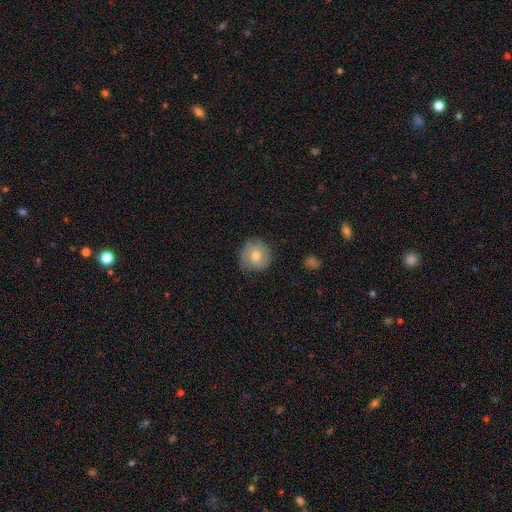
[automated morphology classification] Q: Smooth or featured?
A: smooth (59%); runner-up: featured or disk (33%)
Q: How rounded?
A: round (89%); runner-up: in between (10%)
Q: Merging?
A: none (73%); runner-up: minor disturbance (21%)